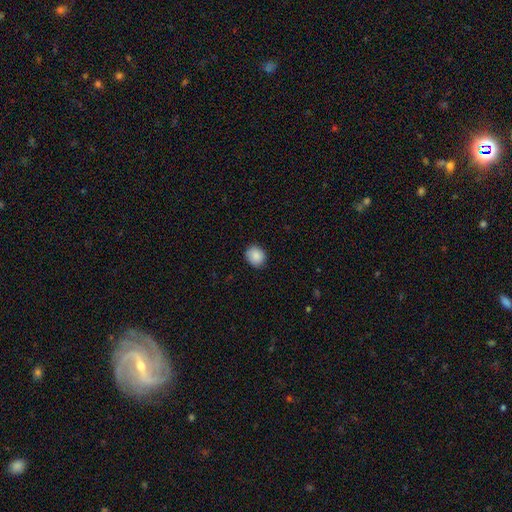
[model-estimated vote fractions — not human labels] The model was most divided on "how rounded": round: 73%, in between: 27%, cigar-shaped: 1%. More confident: smooth or featured — smooth (88%); merging — none (87%).